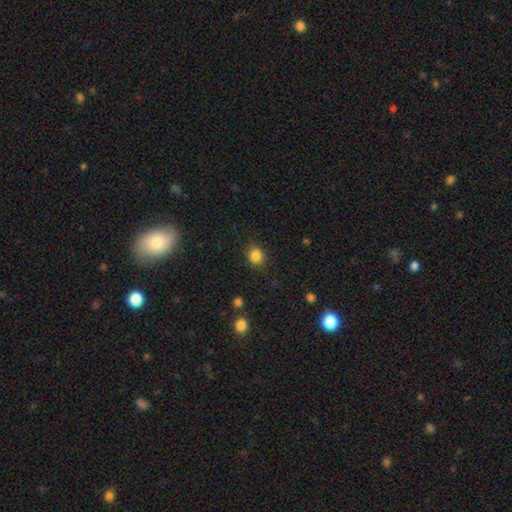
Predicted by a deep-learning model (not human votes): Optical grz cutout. It shows a smooth galaxy with no disk features (85%) that is round (72%). Merging: none (87%).